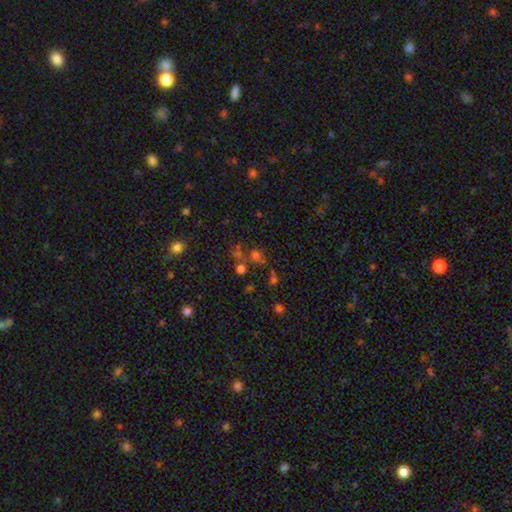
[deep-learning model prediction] smooth_or_featured: smooth (p=0.54) [alt: star or artifact p=0.35]
how_rounded: round (p=0.87) [alt: in between p=0.11]
merging: none (p=0.62) [alt: merger p=0.24]